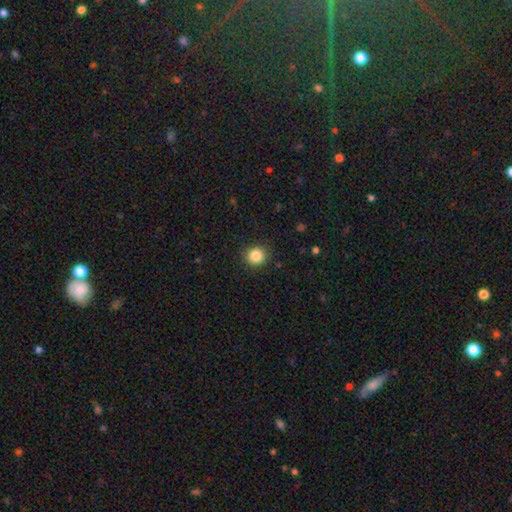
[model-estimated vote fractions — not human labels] This appears to be a smooth galaxy with no disk features (86%) that is round (92%). Merging: none (91%).